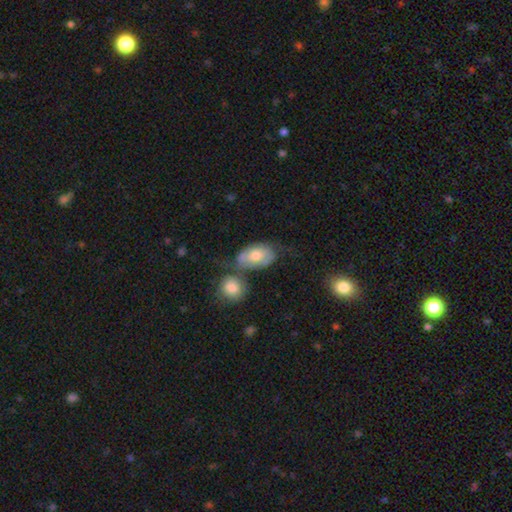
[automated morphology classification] Smooth or featured? smooth (58%)
How rounded? in between (88%)
Merging? none (34%)